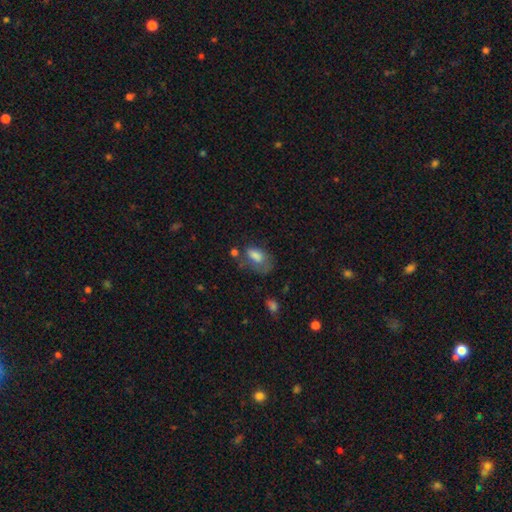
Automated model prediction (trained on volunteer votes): Smooth or featured? smooth (72%)
How rounded? in between (88%)
Merging? major disturbance (35%)